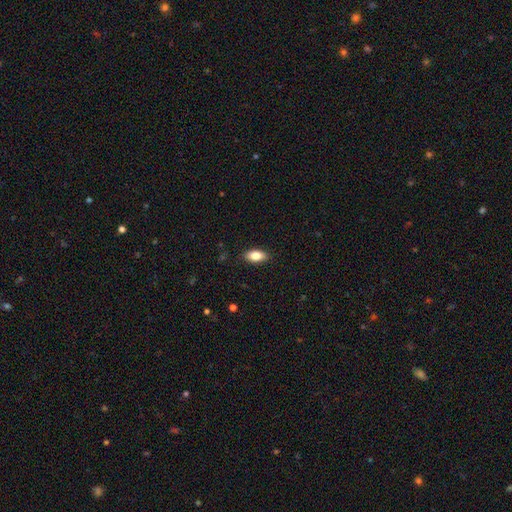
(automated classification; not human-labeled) smooth 82%, featured or disk 10%, star or artifact 7%. Down the decision tree: how rounded — in between (90%); merging — none (88%).